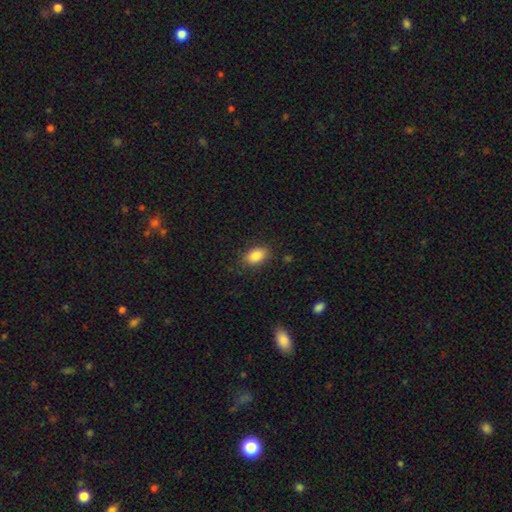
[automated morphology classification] Overall: smooth (87%). How rounded: in between (89%). Merging: none (83%).